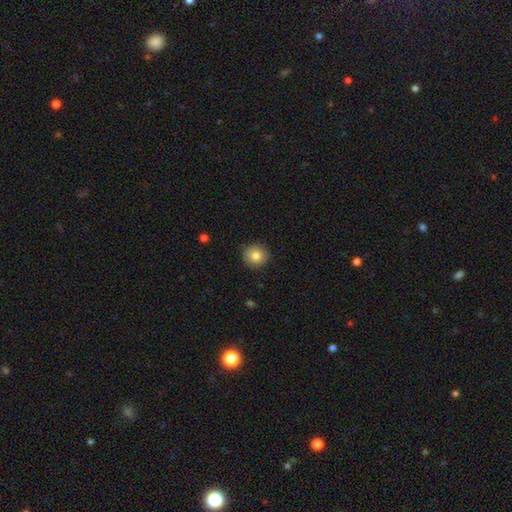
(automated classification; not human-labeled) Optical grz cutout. It shows a smooth galaxy with no disk features (82%) that is round (91%). Merging: none (90%).